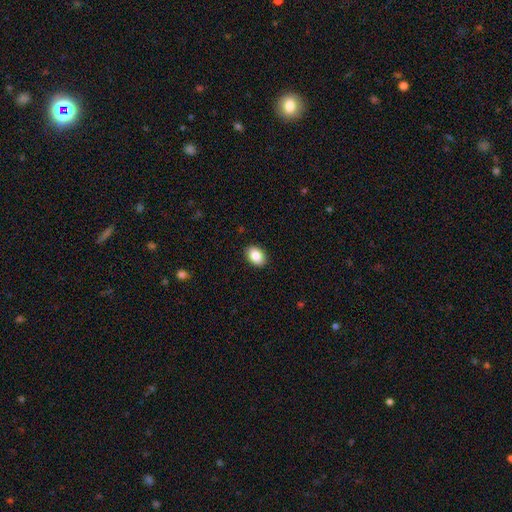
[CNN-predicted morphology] smooth-or-featured: smooth: 87% | star or artifact: 8% | featured or disk: 6%
  how-rounded: in between: 80% | round: 19% | cigar-shaped: 1%
  merging: none: 89% | minor disturbance: 8% | major disturbance: 2% | merger: 1%